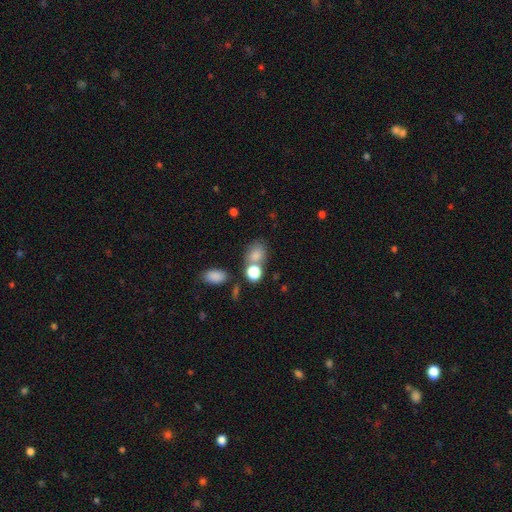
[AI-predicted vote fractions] Overall: smooth (80%). How rounded: in between (58%; round 41%). Merging: none (52%; merger 29%).